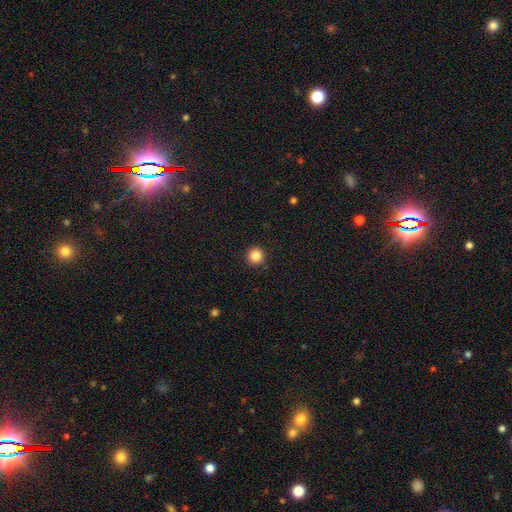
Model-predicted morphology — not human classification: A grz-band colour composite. It shows a smooth galaxy with no disk features (85%) that is round (96%). Merging: none (93%).